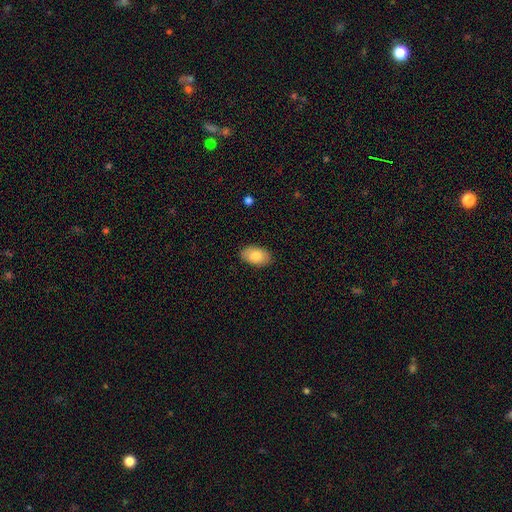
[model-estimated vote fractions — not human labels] smooth_or_featured: smooth (p=0.82) [alt: featured or disk p=0.11]
how_rounded: in between (p=0.93) [alt: round p=0.06]
merging: none (p=0.88) [alt: minor disturbance p=0.09]